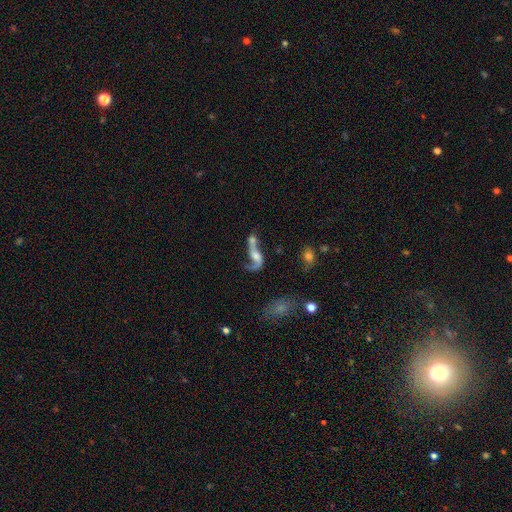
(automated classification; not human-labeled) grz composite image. It shows a featured or disk galaxy (73%) with no bar (57%), 2 (75%) loose (86%) spiral arms (83%) and a moderate central bulge (36%). Merging: merger (49%).